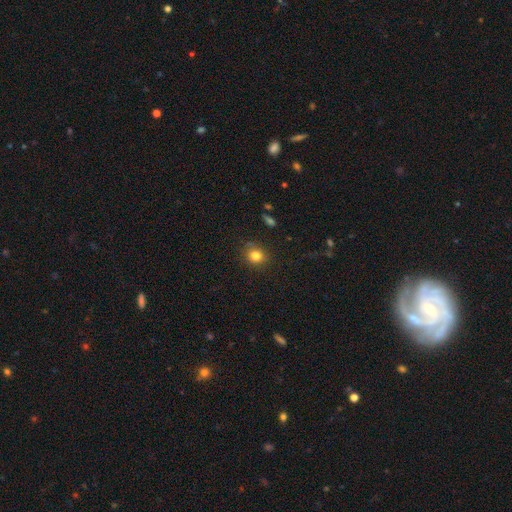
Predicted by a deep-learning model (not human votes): Morphology: type=smooth (82%); roundness=round (77%); merging=none (80%).